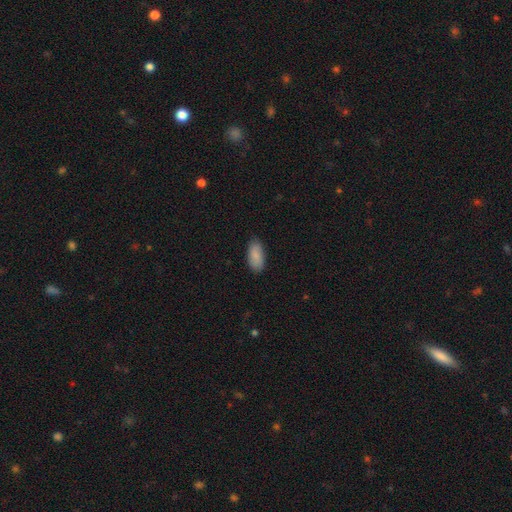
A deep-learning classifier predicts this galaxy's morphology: smooth-or-featured: smooth: 88% | star or artifact: 6% | featured or disk: 6%
  how-rounded: in between: 91% | cigar-shaped: 7% | round: 2%
  merging: none: 84% | minor disturbance: 13% | major disturbance: 2% | merger: 1%